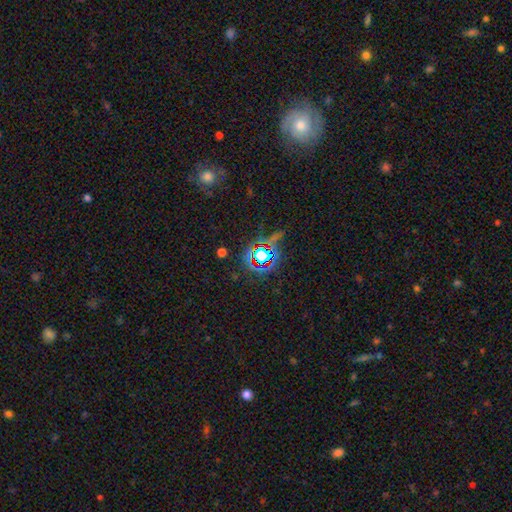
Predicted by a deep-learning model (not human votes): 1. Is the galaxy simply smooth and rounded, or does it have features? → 75% star or artifact, 13% smooth, 12% featured or disk.